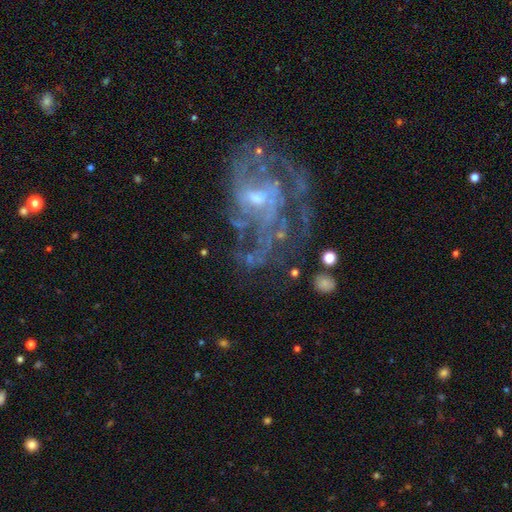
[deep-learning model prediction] Smooth or featured? featured or disk (83%)
Edge-on disk? no (97%)
Bar? no (48%)
Spiral arms? yes (84%)
Spiral winding? medium (42%)
Spiral arm count? can't tell (39%)
Bulge size? small (52%)
Merging? none (50%)